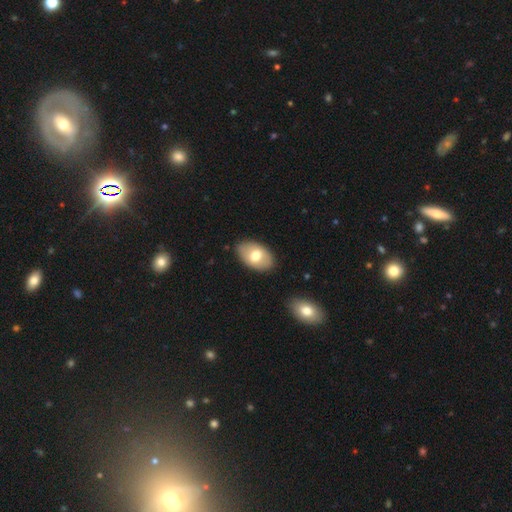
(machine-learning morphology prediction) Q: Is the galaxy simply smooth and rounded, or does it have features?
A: smooth — 67%.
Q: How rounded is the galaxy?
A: in between — 91%.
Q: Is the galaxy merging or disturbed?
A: none — 84%.